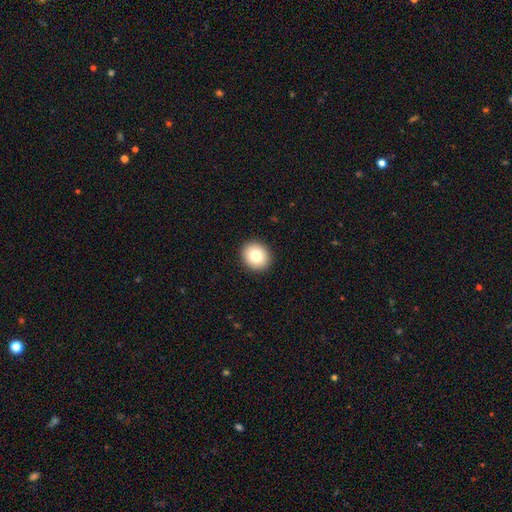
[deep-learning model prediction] This is likely a smooth galaxy (79%). How rounded: likely round (78%). Merging: clearly none (92%).